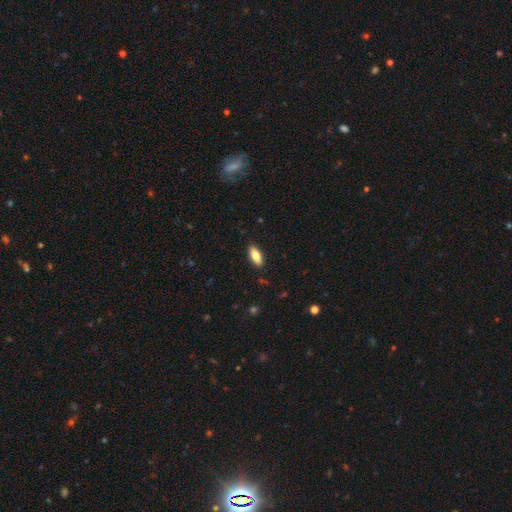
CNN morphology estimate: smooth-or-featured: smooth: 78% | featured or disk: 15% | star or artifact: 6%
  how-rounded: in between: 78% | cigar-shaped: 20% | round: 2%
  merging: none: 89% | minor disturbance: 8% | major disturbance: 2% | merger: 1%